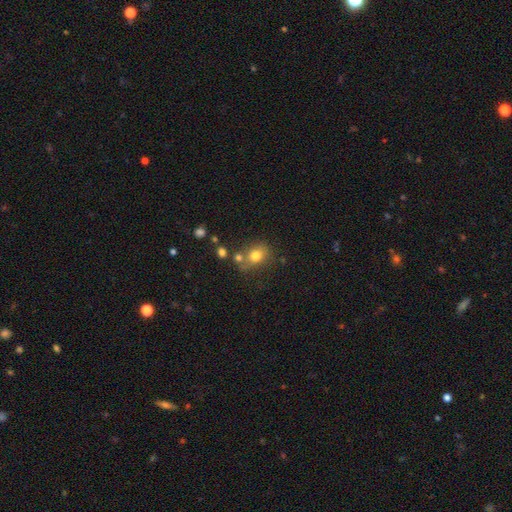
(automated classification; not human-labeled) smooth 76%, star or artifact 12%, featured or disk 11%. Down the decision tree: how rounded — round (58%); merging — none (59%).